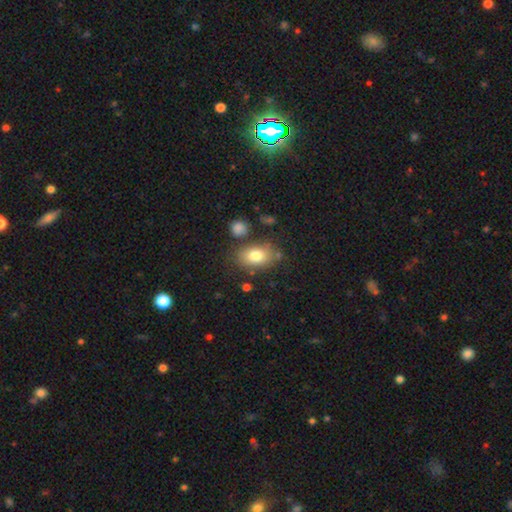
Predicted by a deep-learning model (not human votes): smooth_or_featured: smooth (p=0.79) [alt: featured or disk p=0.13]
how_rounded: in between (p=0.85) [alt: round p=0.14]
merging: none (p=0.73) [alt: minor disturbance p=0.15]